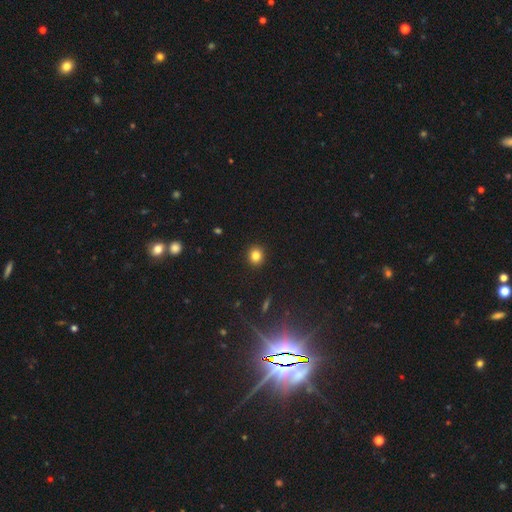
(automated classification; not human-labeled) Smooth or featured: smooth — 82% (star or artifact — 12%)
How rounded: round — 86% (in between — 13%)
Merging: none — 92% (minor disturbance — 5%)